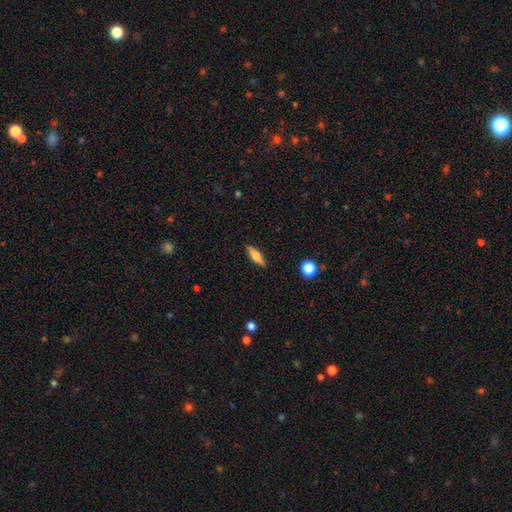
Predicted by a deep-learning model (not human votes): Smooth or featured? smooth (61%)
How rounded? cigar-shaped (59%)
Merging? none (89%)